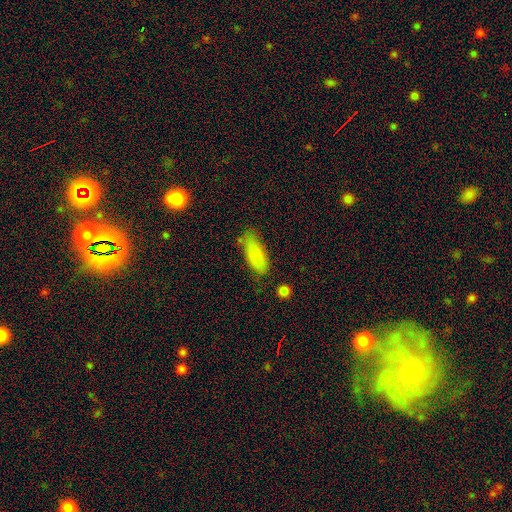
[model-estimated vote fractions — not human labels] Smooth or featured? smooth (85%)
How rounded? in between (70%)
Merging? none (64%)